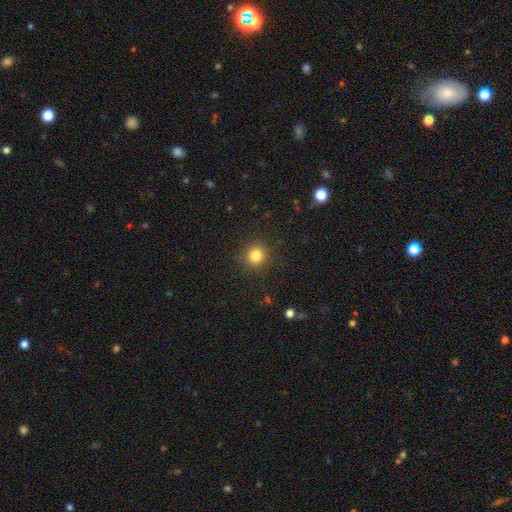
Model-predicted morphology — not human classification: The model was most divided on "smooth or featured": smooth: 82%, star or artifact: 12%, featured or disk: 5%. More confident: how rounded — round (90%); merging — none (90%).